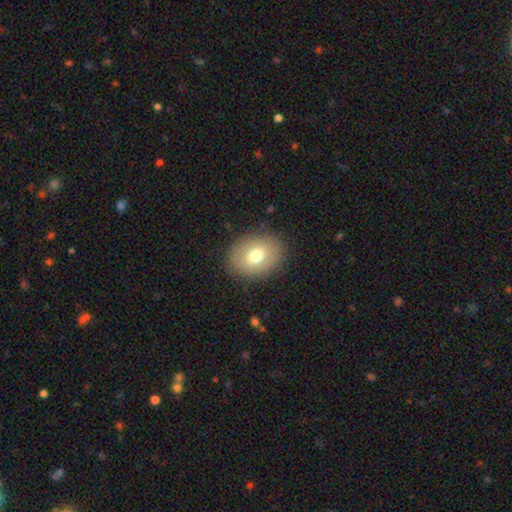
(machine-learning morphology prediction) Smooth or featured?
  - smooth: 72% *
  - featured or disk: 19%
  - star or artifact: 9%
How rounded?
  - in between: 66% *
  - round: 33%
  - cigar-shaped: 1%
Merging?
  - none: 86% *
  - minor disturbance: 9%
  - major disturbance: 3%
  - merger: 1%